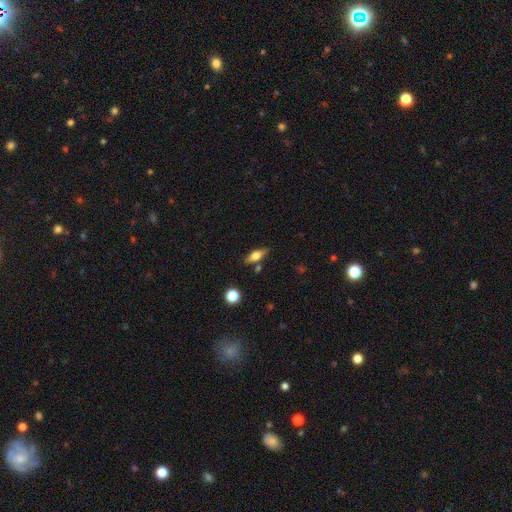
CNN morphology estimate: A smooth galaxy with no disk features (61%) that is in between round and cigar-shaped (65%). Merging: none (79%).